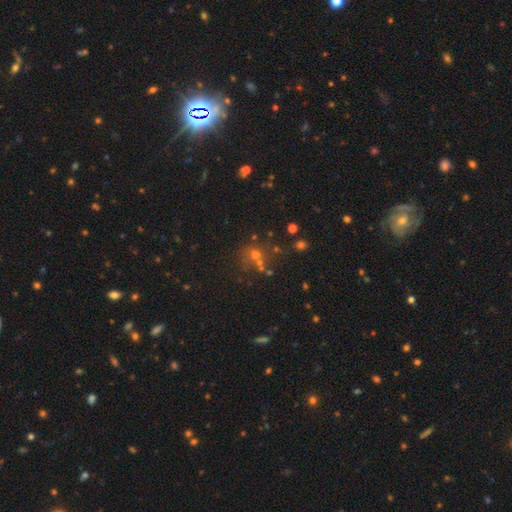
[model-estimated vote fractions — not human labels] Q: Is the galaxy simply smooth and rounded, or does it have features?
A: smooth — 46%.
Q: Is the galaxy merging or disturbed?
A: none — 56%.